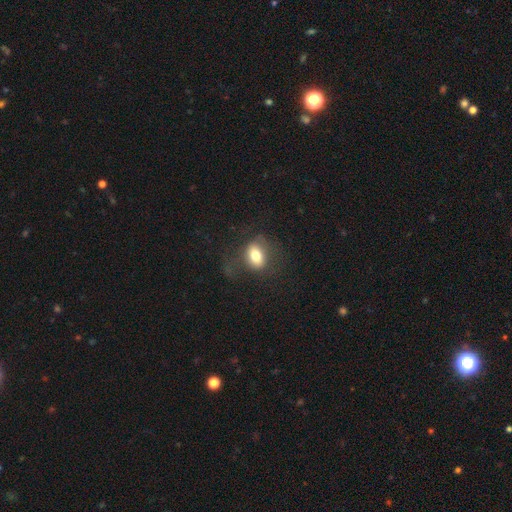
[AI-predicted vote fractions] Smooth or featured: smooth — 72% (featured or disk — 19%)
How rounded: in between — 76% (round — 22%)
Merging: none — 61% (minor disturbance — 19%)